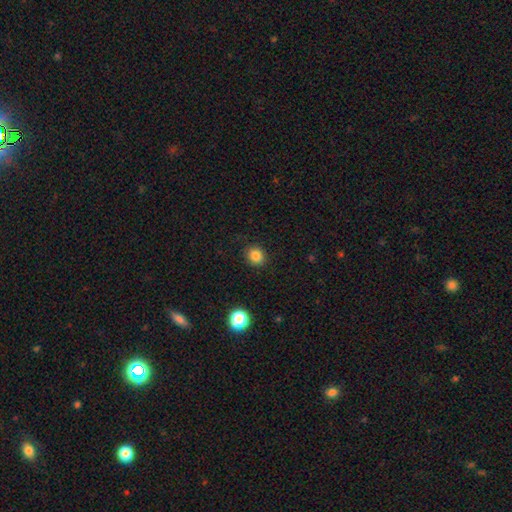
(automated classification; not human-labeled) smooth 83%, star or artifact 12%, featured or disk 5%. Down the decision tree: how rounded — round (81%); merging — none (89%).